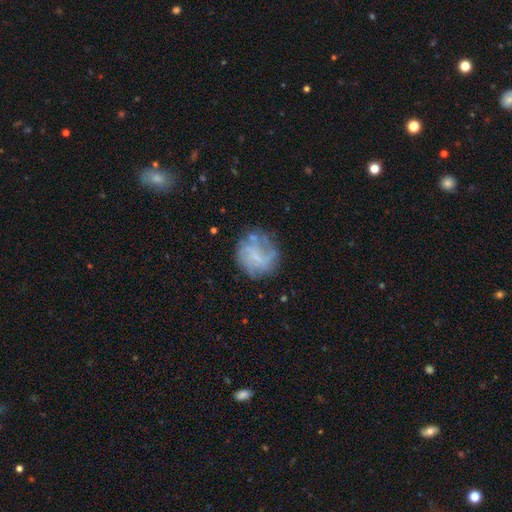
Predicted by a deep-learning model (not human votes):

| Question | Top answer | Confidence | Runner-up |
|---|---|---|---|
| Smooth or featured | featured or disk | 59% | smooth (31%) |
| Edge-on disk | no | 97% | yes (3%) |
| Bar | no | 45% | weak (42%) |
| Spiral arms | yes | 62% | no (38%) |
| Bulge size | none | 52% | small (32%) |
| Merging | none | 64% | minor disturbance (19%) |